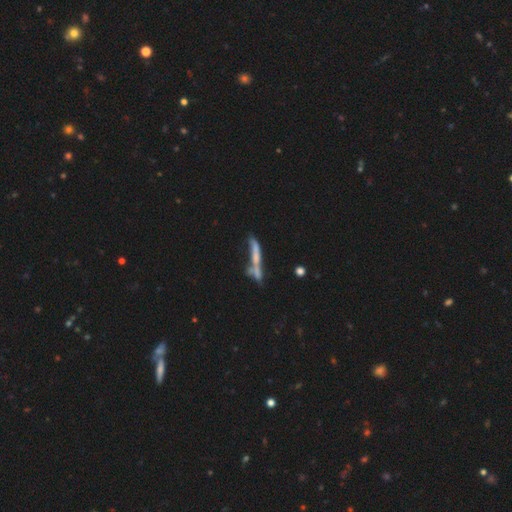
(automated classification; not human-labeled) The model was most divided on "merging" (2-way tie): merger: 36%, none: 36%, minor disturbance: 15%, major disturbance: 12%. Remaining: smooth or featured — featured or disk (46%).